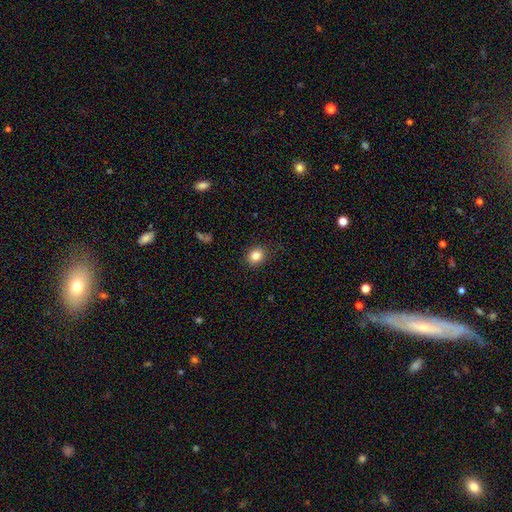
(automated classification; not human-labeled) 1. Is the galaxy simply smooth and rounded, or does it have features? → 84% smooth, 10% star or artifact, 5% featured or disk.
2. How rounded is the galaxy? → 70% round, 29% in between, 1% cigar-shaped.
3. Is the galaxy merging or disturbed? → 85% none, 11% minor disturbance, 3% major disturbance, 1% merger.